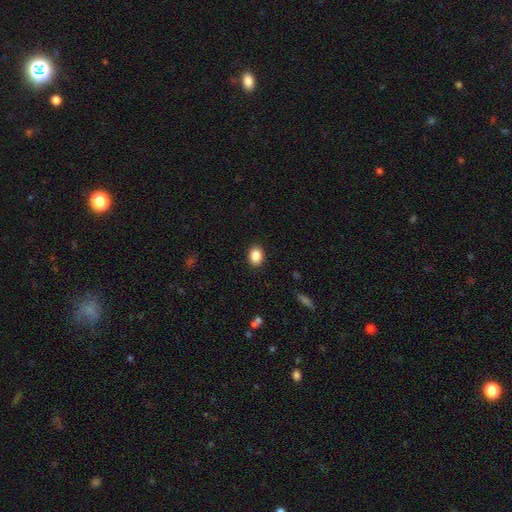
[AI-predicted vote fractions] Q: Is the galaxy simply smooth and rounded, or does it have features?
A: smooth — 88%.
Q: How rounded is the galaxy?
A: in between — 58%.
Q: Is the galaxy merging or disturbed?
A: none — 90%.